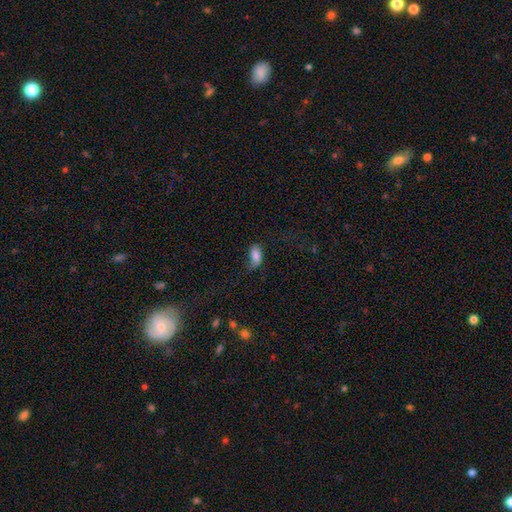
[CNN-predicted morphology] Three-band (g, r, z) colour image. It shows a smooth galaxy with no disk features (77%) that is in between round and cigar-shaped (92%). Merging: none (48%).